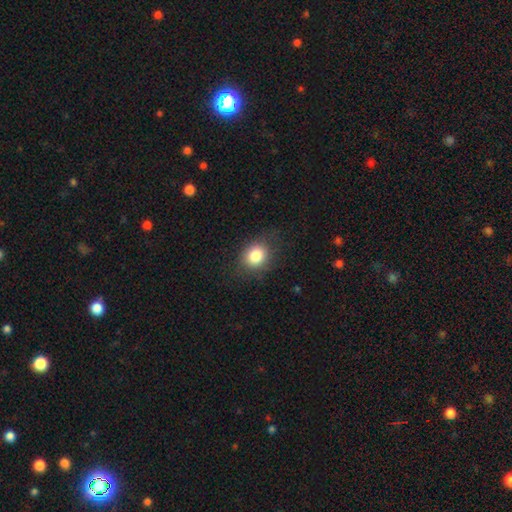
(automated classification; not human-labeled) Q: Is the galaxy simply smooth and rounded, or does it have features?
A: smooth — 83%.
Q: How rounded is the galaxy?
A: round — 61%.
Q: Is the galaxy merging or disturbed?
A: none — 77%.